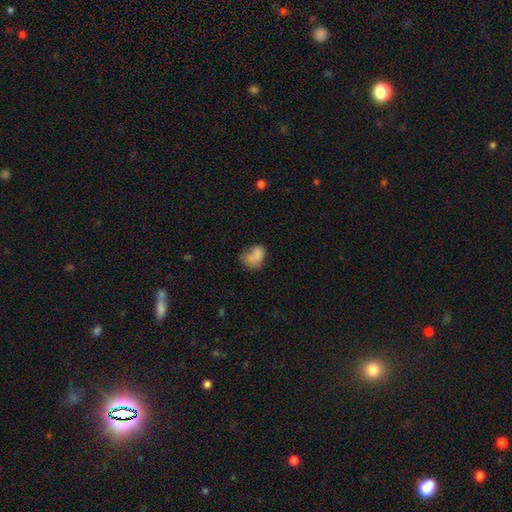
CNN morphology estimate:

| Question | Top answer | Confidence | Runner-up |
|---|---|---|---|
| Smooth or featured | smooth | 76% | featured or disk (15%) |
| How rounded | in between | 75% | round (24%) |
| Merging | none | 33% | minor disturbance (30%) |